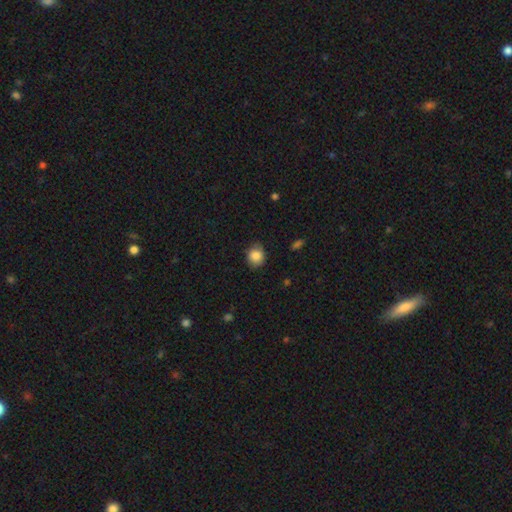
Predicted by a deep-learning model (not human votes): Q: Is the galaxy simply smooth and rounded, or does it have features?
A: smooth — 86%.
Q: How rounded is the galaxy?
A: round — 68%.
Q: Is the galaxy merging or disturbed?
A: none — 79%.